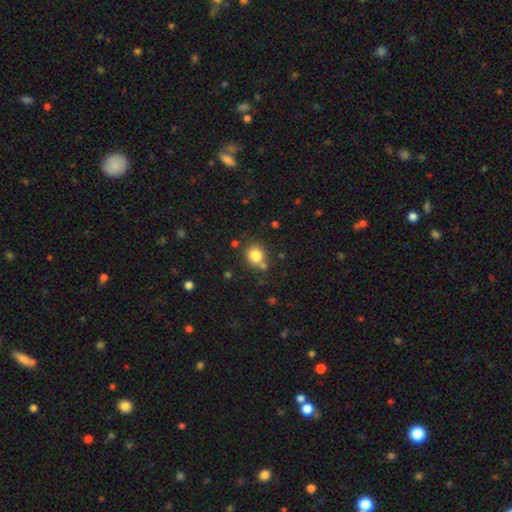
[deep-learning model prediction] Smooth or featured: smooth — 82% (star or artifact — 11%)
How rounded: round — 79% (in between — 20%)
Merging: none — 71% (minor disturbance — 12%)